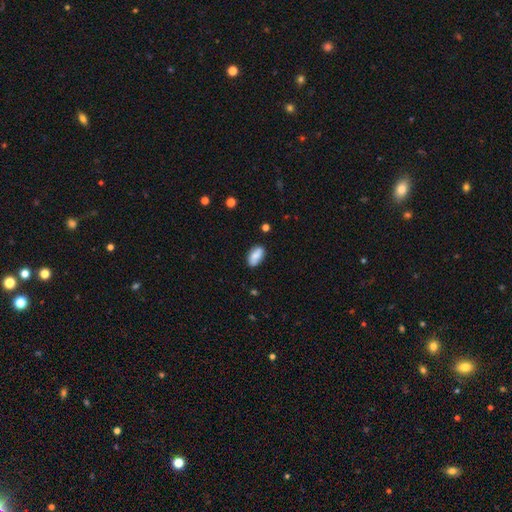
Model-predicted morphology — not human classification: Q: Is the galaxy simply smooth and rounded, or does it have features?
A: smooth — 79%.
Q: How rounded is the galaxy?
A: in between — 91%.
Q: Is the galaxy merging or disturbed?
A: none — 80%.